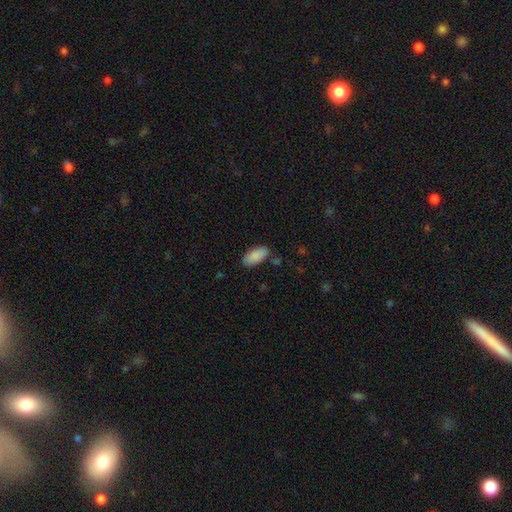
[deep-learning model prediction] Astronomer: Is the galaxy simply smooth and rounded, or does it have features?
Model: smooth — 89%.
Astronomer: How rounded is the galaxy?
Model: in between — 92%.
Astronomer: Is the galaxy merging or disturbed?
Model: none — 81%.